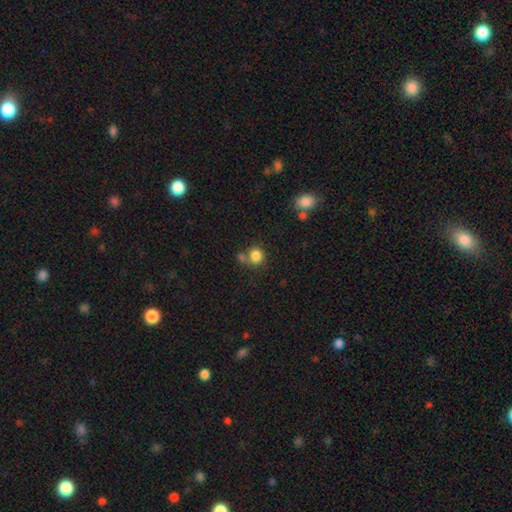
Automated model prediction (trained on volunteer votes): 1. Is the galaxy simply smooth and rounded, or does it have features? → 83% smooth, 11% star or artifact, 6% featured or disk.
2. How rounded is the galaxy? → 84% round, 15% in between, 1% cigar-shaped.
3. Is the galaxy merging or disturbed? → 61% none, 24% merger, 11% minor disturbance, 4% major disturbance.